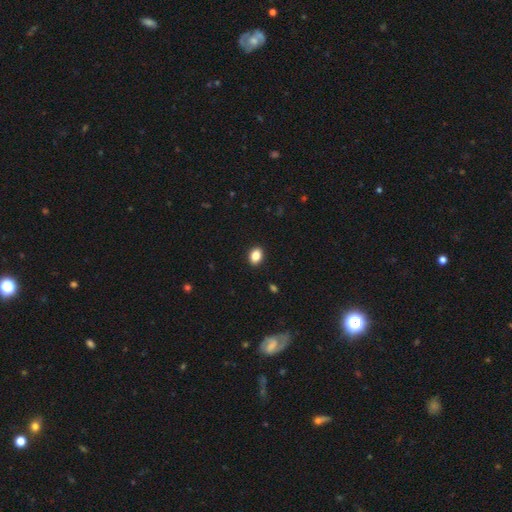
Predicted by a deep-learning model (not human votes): A smooth galaxy with no disk features (86%) that is in between round and cigar-shaped (71%). Merging: none (91%).